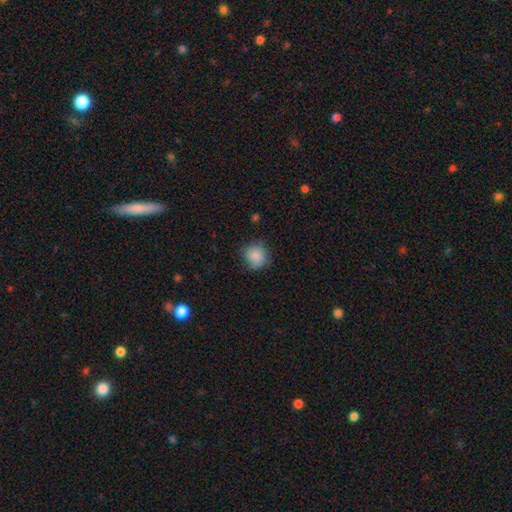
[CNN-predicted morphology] Smooth or featured? smooth (85%)
How rounded? round (81%)
Merging? none (71%)